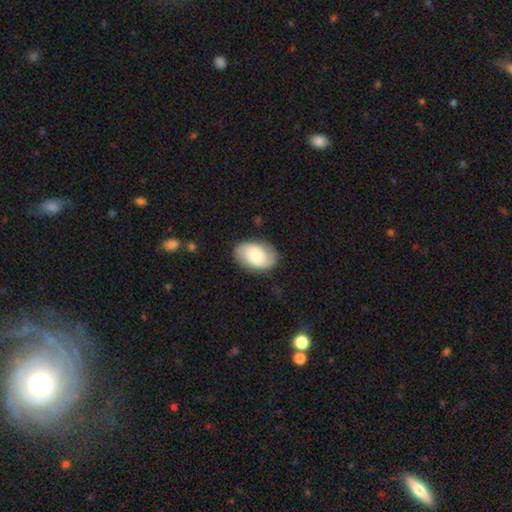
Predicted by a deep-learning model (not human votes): Overall: smooth (52%; featured or disk 41%). How rounded: in between (89%). Merging: none (82%).